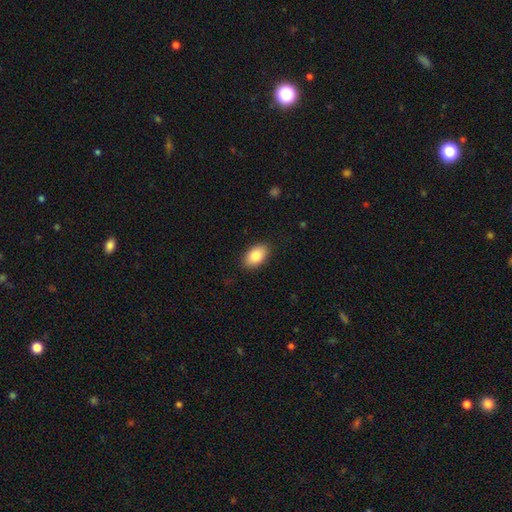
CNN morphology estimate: A smooth galaxy with no disk features (84%) that is in between round and cigar-shaped (92%).

Vote fractions:
- Smooth or featured? smooth: 84% / featured or disk: 9% / star or artifact: 7%
- How rounded? in between: 92% / round: 6% / cigar-shaped: 1%
- Merging? none: 88% / minor disturbance: 9% / major disturbance: 2% / merger: 1%